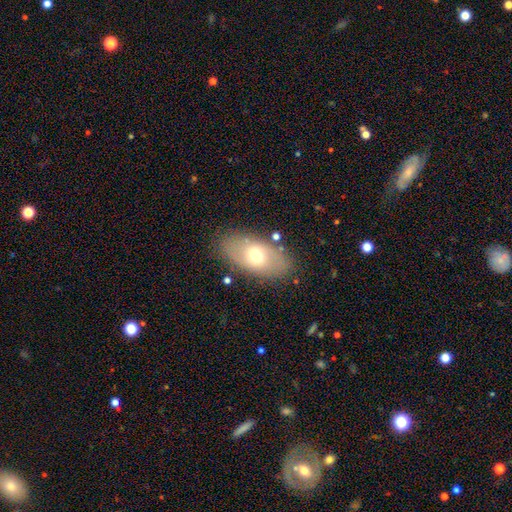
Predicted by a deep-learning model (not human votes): Overall: smooth (57%; featured or disk 36%). How rounded: in between (91%). Merging: none (83%).